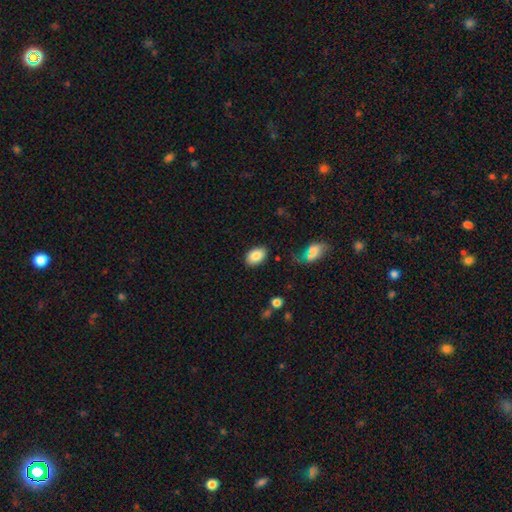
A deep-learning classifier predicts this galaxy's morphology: Smooth or featured? smooth (86%)
How rounded? in between (89%)
Merging? none (84%)